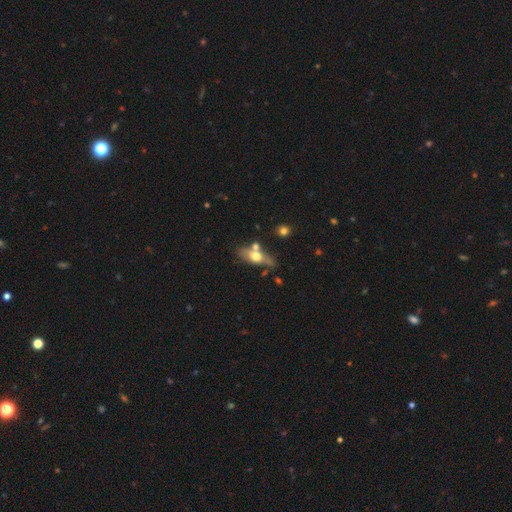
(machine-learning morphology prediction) Smooth or featured? smooth (50%)
Merging? none (54%)